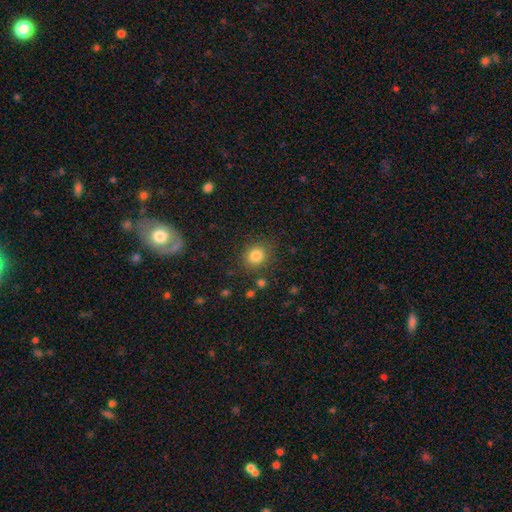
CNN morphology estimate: This is clearly a smooth galaxy (83%). How rounded: likely round (79%). Merging: clearly none (84%).